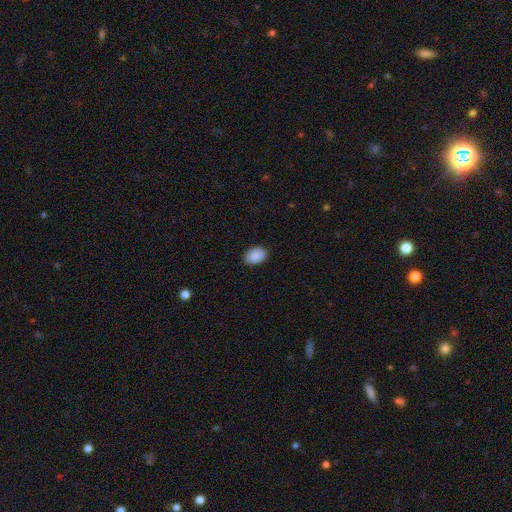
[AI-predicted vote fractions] smooth_or_featured: smooth (p=0.90) [alt: star or artifact p=0.07]
how_rounded: in between (p=0.81) [alt: round p=0.18]
merging: none (p=0.88) [alt: minor disturbance p=0.09]